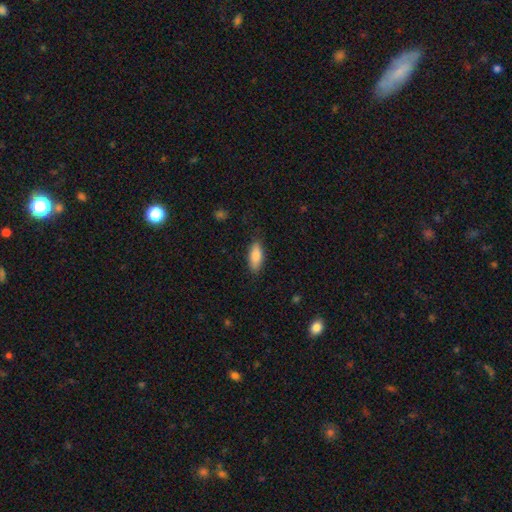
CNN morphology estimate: smooth 86%, featured or disk 8%, star or artifact 6%. Down the decision tree: how rounded — in between (80%); merging — none (83%).